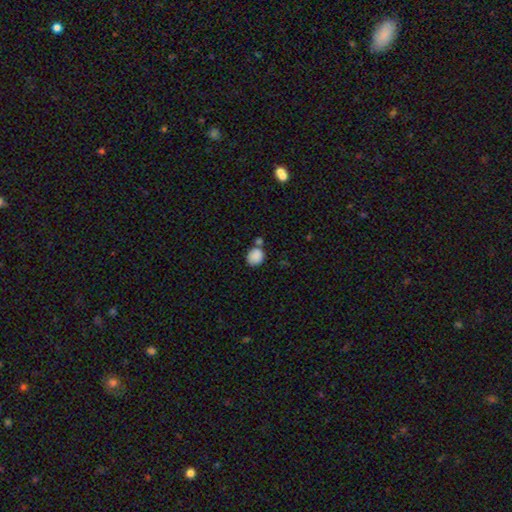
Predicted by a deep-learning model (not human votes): The model was most divided on "merging": none: 58%, merger: 21%, minor disturbance: 15%, major disturbance: 5%. More confident: smooth or featured — smooth (87%); how rounded — round (72%).